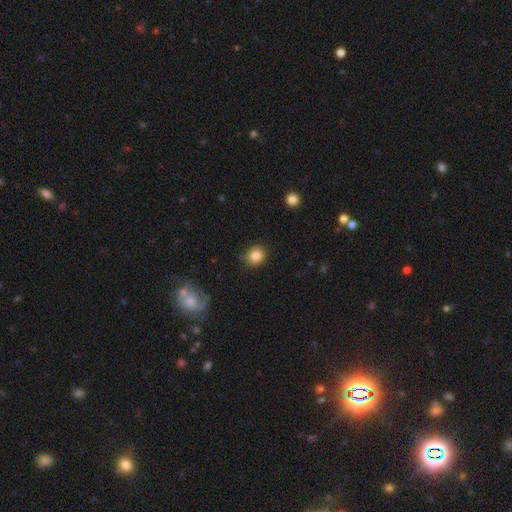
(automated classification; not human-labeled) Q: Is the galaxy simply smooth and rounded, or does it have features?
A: smooth — 84%.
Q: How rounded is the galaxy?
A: round — 81%.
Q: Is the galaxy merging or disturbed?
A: none — 85%.